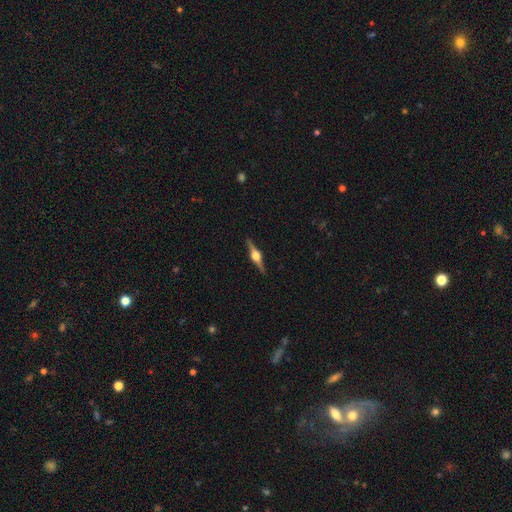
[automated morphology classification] The model was most divided on "smooth or featured": featured or disk: 85%, smooth: 10%, star or artifact: 5%. More confident: edge-on disk — yes (98%); edge-on bulge — rounded (95%); merging — none (91%).